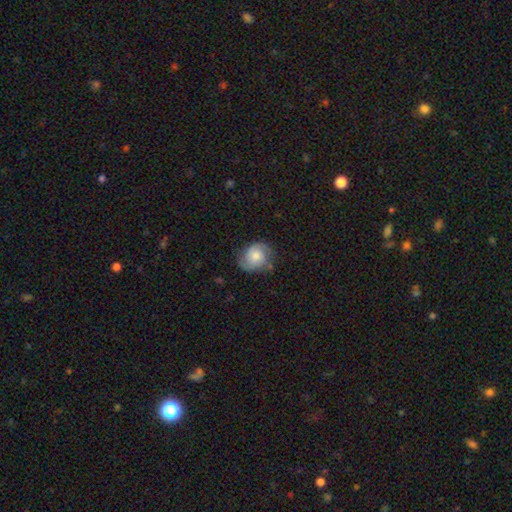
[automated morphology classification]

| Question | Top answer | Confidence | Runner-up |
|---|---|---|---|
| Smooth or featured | featured or disk | 53% | smooth (39%) |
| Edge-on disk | no | 97% | yes (3%) |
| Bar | no | 74% | weak (22%) |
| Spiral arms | yes | 88% | no (12%) |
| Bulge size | moderate | 48% | small (34%) |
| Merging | none | 66% | minor disturbance (24%) |